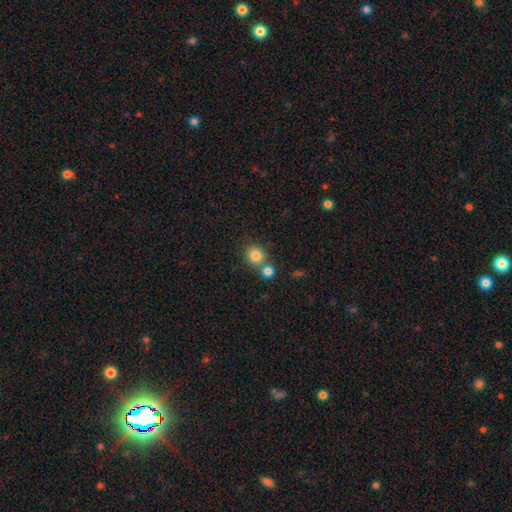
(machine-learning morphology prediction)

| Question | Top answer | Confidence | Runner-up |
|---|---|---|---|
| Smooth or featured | smooth | 82% | star or artifact (11%) |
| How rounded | round | 86% | in between (13%) |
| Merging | none | 58% | merger (33%) |